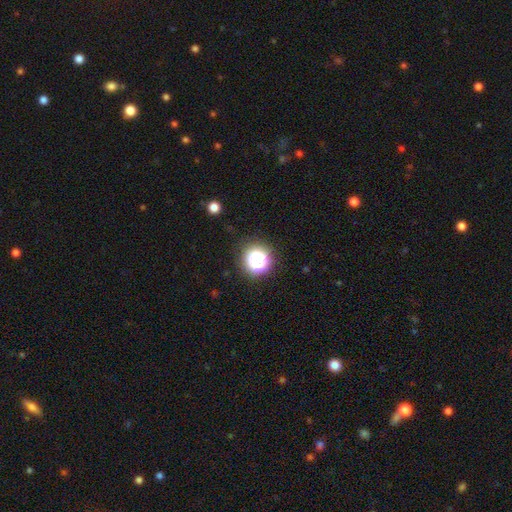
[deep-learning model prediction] The model was most divided on "smooth or featured": star or artifact: 45%, smooth: 44%, featured or disk: 11%.